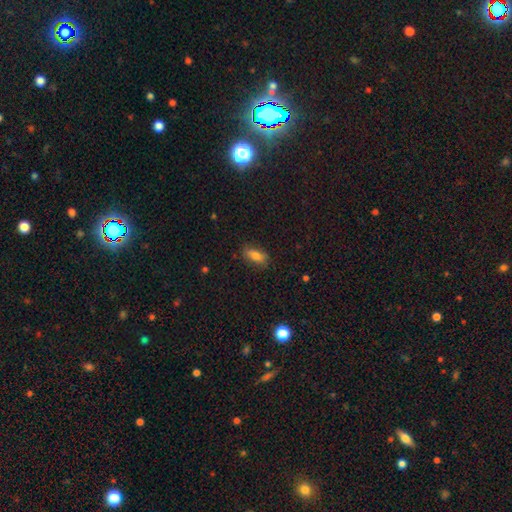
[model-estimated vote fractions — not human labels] Smooth or featured: smooth — 75% (featured or disk — 15%)
How rounded: in between — 78% (cigar-shaped — 17%)
Merging: none — 80% (minor disturbance — 15%)